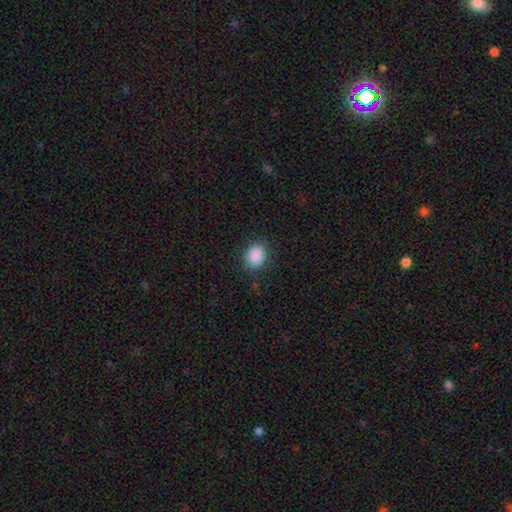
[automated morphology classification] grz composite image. It shows a smooth galaxy with no disk features (89%) that is in between round and cigar-shaped (50%). Merging: none (87%).